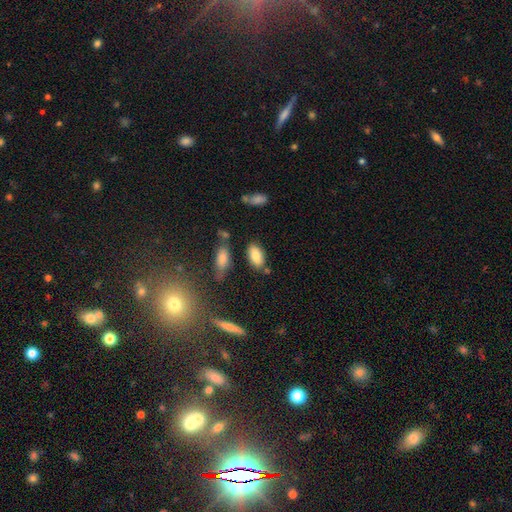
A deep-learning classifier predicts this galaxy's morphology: Overall: smooth (81%). How rounded: in between (92%). Merging: none (76%).